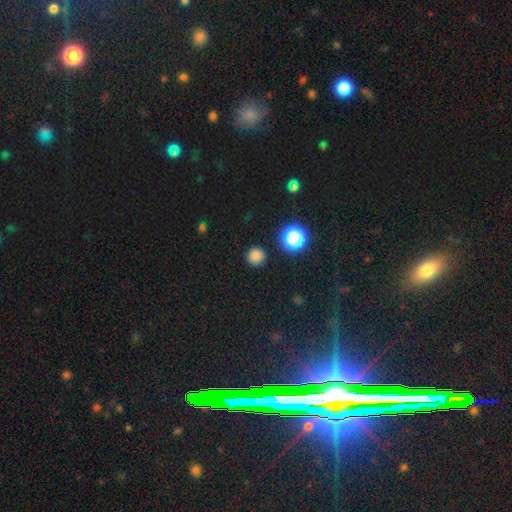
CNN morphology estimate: This appears to be a smooth galaxy with no disk features (78%) that is round (94%). Merging: none (90%).